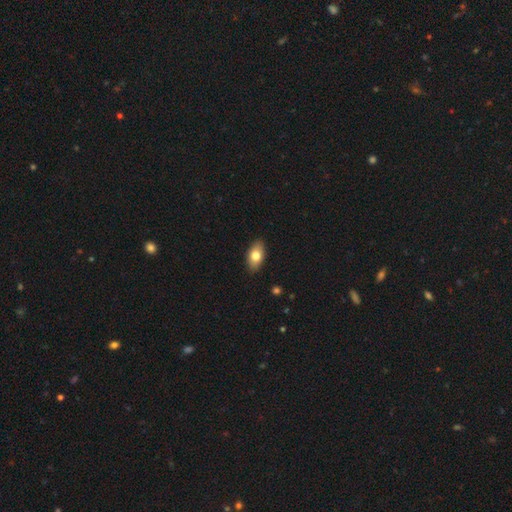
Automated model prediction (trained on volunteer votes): Q: Smooth or featured?
A: smooth (76%); runner-up: featured or disk (17%)
Q: How rounded?
A: in between (90%); runner-up: round (6%)
Q: Merging?
A: none (88%); runner-up: minor disturbance (9%)